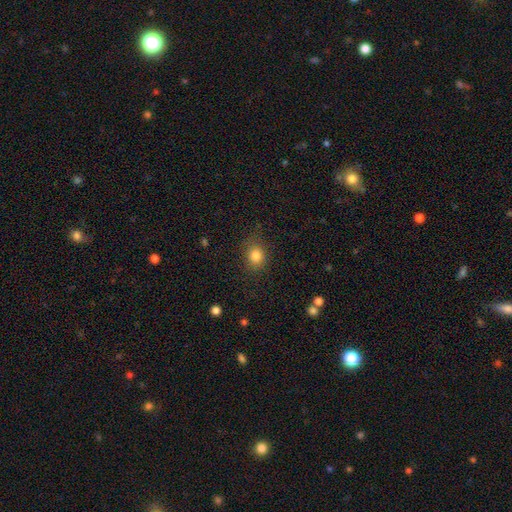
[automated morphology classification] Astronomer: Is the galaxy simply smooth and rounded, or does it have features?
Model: smooth — 83%.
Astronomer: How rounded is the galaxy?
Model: round — 66%.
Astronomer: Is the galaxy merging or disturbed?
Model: none — 81%.